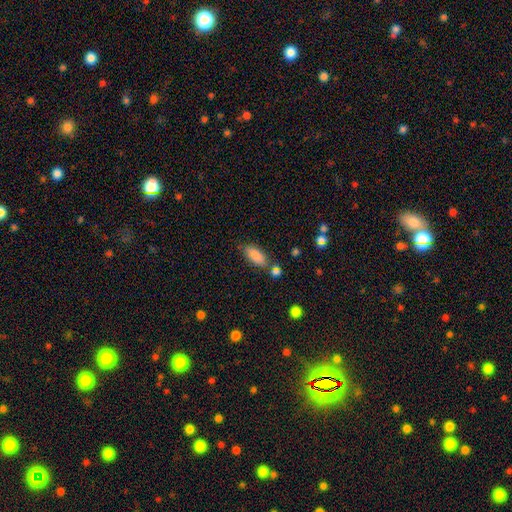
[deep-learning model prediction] smooth-or-featured: smooth: 86% | star or artifact: 7% | featured or disk: 6%
  how-rounded: in between: 84% | cigar-shaped: 14% | round: 2%
  merging: none: 71% | minor disturbance: 15% | merger: 10% | major disturbance: 4%